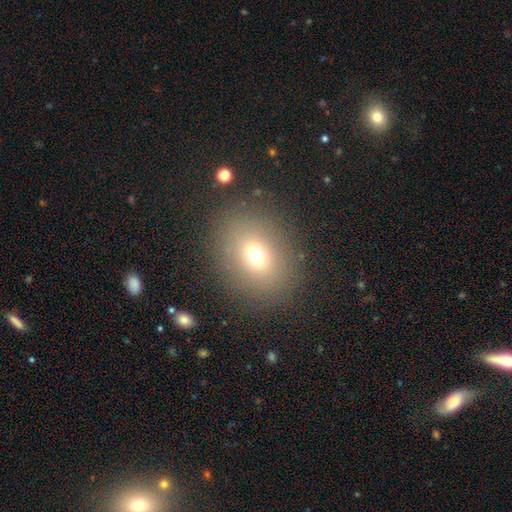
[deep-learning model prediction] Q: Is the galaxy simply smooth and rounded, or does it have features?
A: smooth — 70%.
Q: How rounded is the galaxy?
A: in between — 51%.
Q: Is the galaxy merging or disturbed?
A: none — 85%.